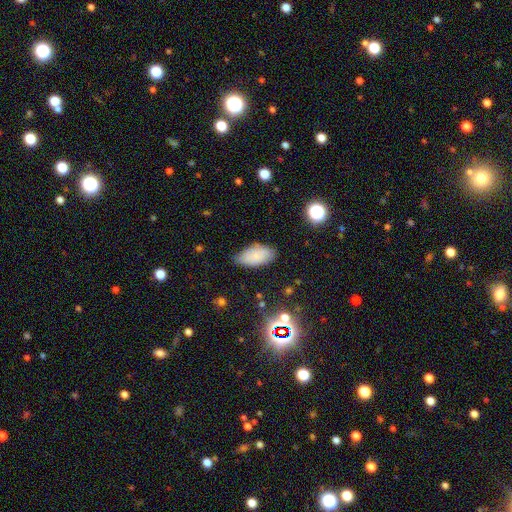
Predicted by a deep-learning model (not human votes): Q: Smooth or featured?
A: smooth (78%); runner-up: featured or disk (12%)
Q: How rounded?
A: in between (93%); runner-up: cigar-shaped (4%)
Q: Merging?
A: none (73%); runner-up: minor disturbance (21%)